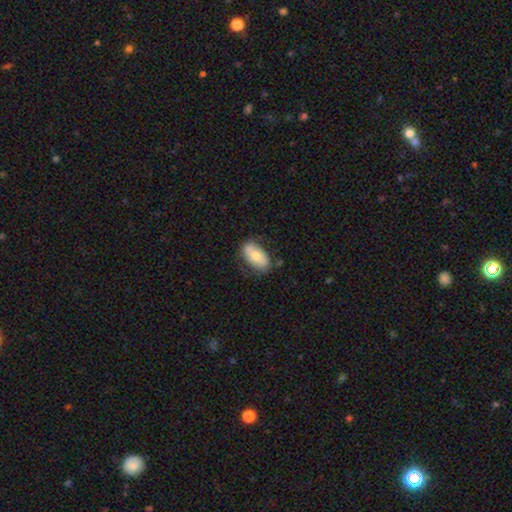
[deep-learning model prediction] smooth-or-featured: smooth: 61% | featured or disk: 32% | star or artifact: 7%
  how-rounded: in between: 92% | round: 6% | cigar-shaped: 2%
  merging: none: 71% | minor disturbance: 22% | major disturbance: 6% | merger: 2%